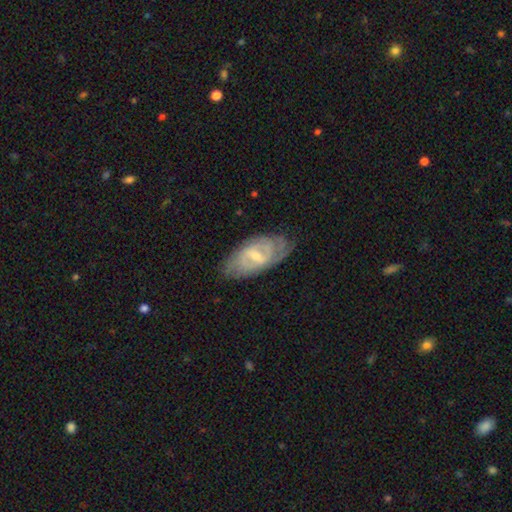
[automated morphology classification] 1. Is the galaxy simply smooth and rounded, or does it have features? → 77% featured or disk, 17% smooth, 6% star or artifact.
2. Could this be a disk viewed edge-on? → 93% no, 7% yes.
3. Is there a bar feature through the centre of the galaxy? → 56% weak, 25% strong, 19% no.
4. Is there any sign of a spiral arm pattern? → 89% yes, 11% no.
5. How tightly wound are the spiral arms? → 54% tight, 35% medium, 11% loose.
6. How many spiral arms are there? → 44% 2, 35% can't tell, 10% 3, 4% 4, 4% 1, 3% more than 4.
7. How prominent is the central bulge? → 55% small, 39% moderate, 3% none, 2% large, 1% dominant.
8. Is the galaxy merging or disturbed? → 71% none, 21% minor disturbance, 6% major disturbance, 1% merger.